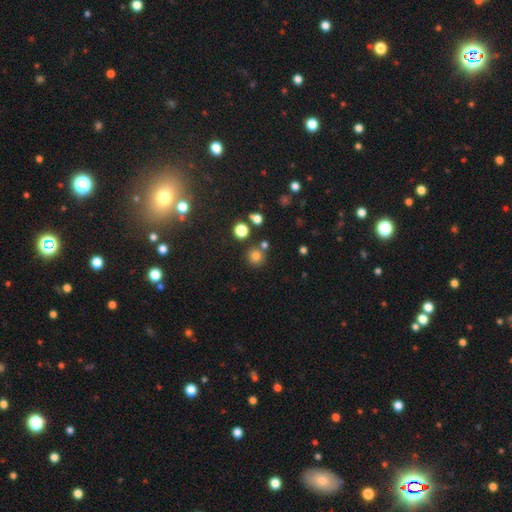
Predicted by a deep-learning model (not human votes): This is likely a smooth galaxy (77%). How rounded: clearly round (92%). Merging: likely none (77%).